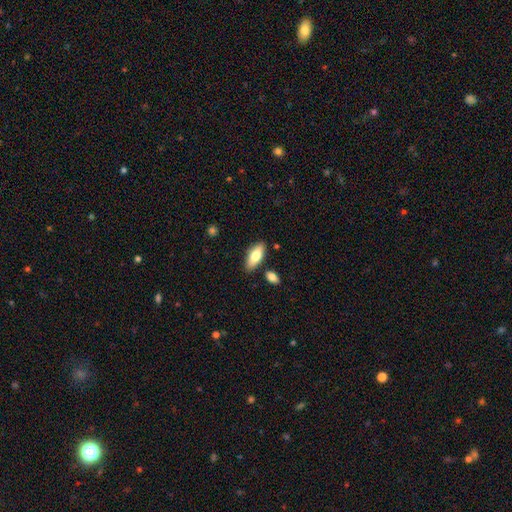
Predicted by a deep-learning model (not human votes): This appears to be a smooth galaxy with no disk features (74%) that is in between round and cigar-shaped (80%). Merging: none (82%).